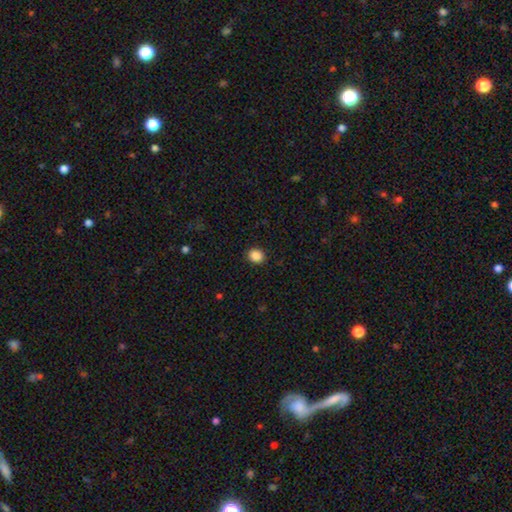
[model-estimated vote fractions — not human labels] A smooth galaxy with no disk features (87%) that is round (66%).

Vote fractions:
- Smooth or featured? smooth: 87% / star or artifact: 10% / featured or disk: 3%
- How rounded? round: 66% / in between: 33% / cigar-shaped: 1%
- Merging? none: 91% / minor disturbance: 6% / major disturbance: 2% / merger: 1%